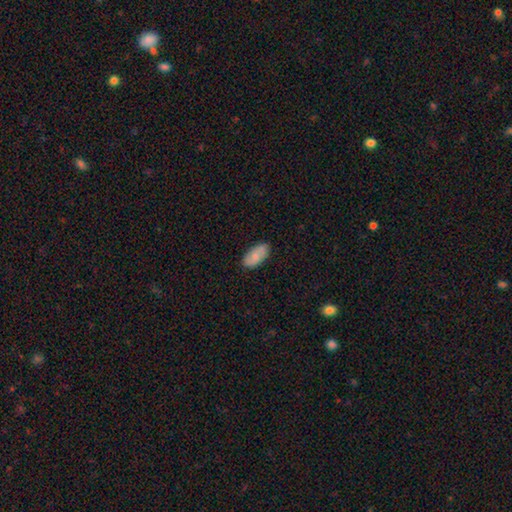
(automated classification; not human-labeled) Overall: smooth (76%). How rounded: in between (94%). Merging: none (86%).